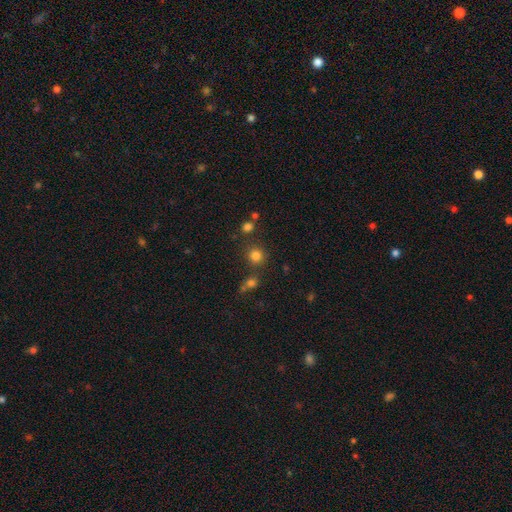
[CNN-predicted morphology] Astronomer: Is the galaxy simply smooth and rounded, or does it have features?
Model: smooth — 79%.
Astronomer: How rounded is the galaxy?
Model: round — 91%.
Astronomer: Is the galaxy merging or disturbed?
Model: none — 79%.